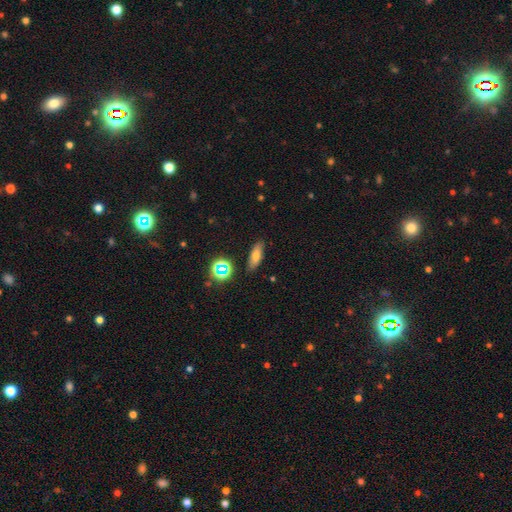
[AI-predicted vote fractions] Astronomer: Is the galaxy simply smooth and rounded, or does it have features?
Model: smooth — 68%.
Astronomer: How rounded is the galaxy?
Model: in between — 58% (runner-up: cigar-shaped, 35%).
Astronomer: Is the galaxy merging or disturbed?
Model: none — 84%.